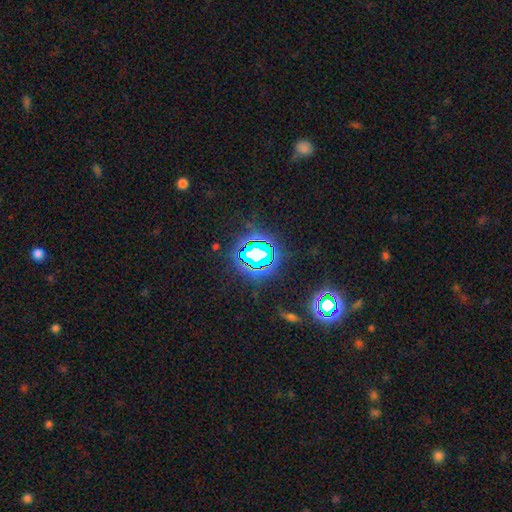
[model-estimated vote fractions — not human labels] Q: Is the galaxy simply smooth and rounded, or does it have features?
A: star or artifact — 74%.